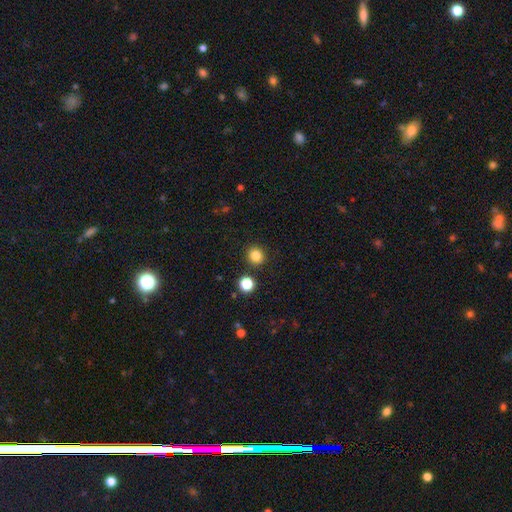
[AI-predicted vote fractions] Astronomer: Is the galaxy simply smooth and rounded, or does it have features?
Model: smooth — 83%.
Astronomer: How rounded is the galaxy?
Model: round — 88%.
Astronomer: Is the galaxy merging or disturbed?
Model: none — 89%.